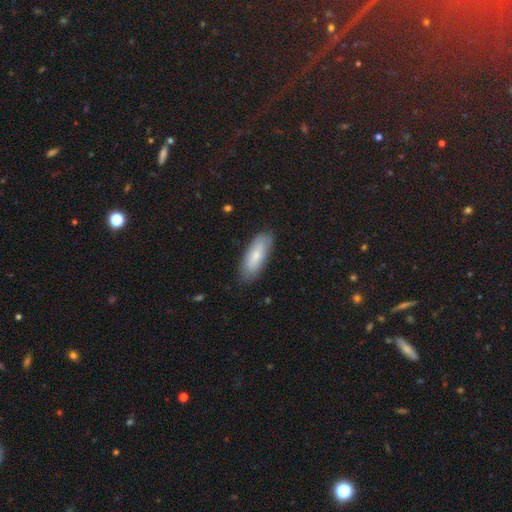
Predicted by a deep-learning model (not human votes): Morphology: type=smooth (72%); roundness=in between (67%); merging=none (83%).